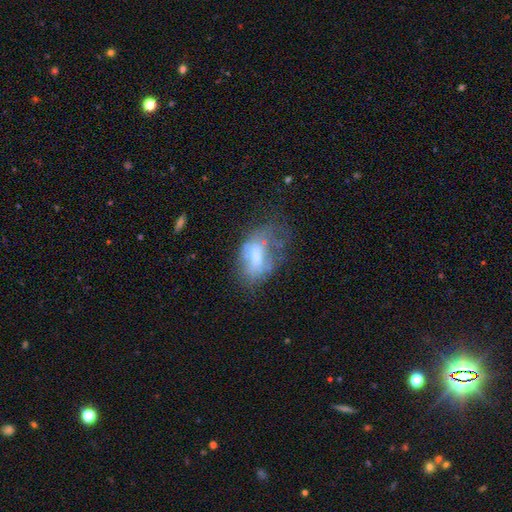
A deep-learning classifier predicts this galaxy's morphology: smooth-or-featured: featured or disk: 50% | smooth: 39% | star or artifact: 11%
  merging: major disturbance: 38% | none: 30% | minor disturbance: 26% | merger: 6%